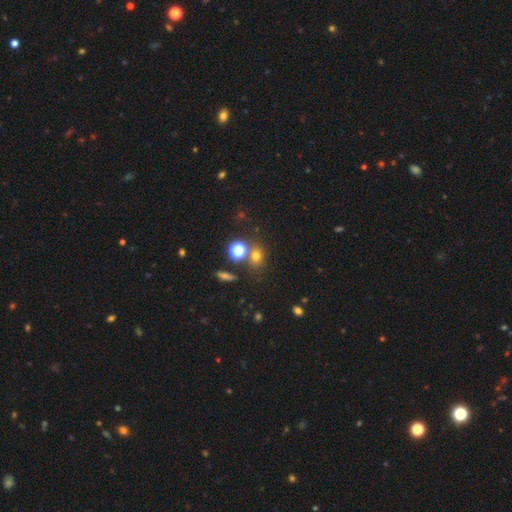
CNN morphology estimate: A smooth galaxy with no disk features (69%) that is round (59%).

Vote fractions:
- Smooth or featured? smooth: 69% / star or artifact: 22% / featured or disk: 9%
- How rounded? round: 59% / in between: 39% / cigar-shaped: 2%
- Merging? none: 68% / merger: 16% / minor disturbance: 11% / major disturbance: 4%